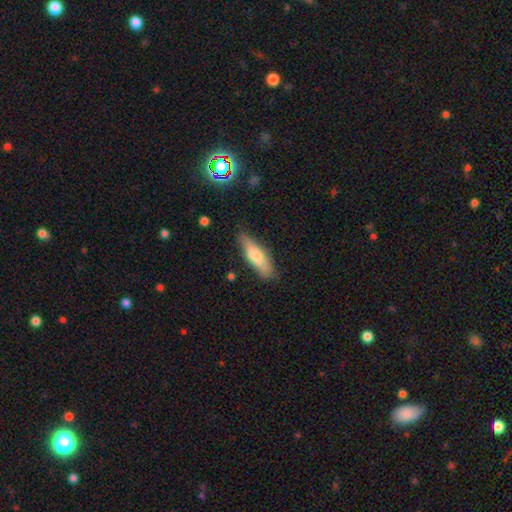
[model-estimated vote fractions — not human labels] smooth 63%, featured or disk 30%, star or artifact 7%. Down the decision tree: how rounded — cigar-shaped (59%); merging — none (78%).